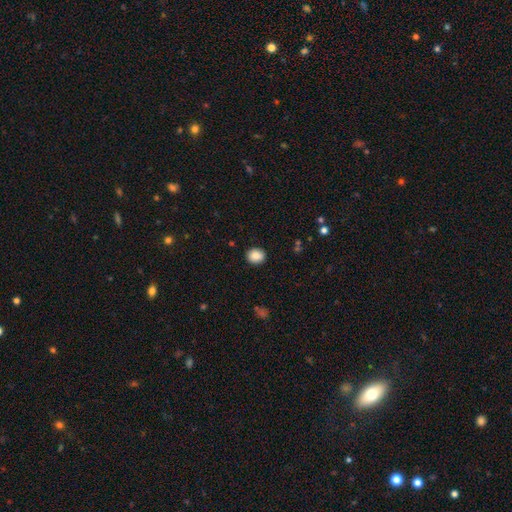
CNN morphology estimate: smooth-or-featured: smooth: 88% | star or artifact: 8% | featured or disk: 4%
  how-rounded: round: 60% | in between: 39% | cigar-shaped: 1%
  merging: none: 89% | minor disturbance: 8% | major disturbance: 2% | merger: 1%